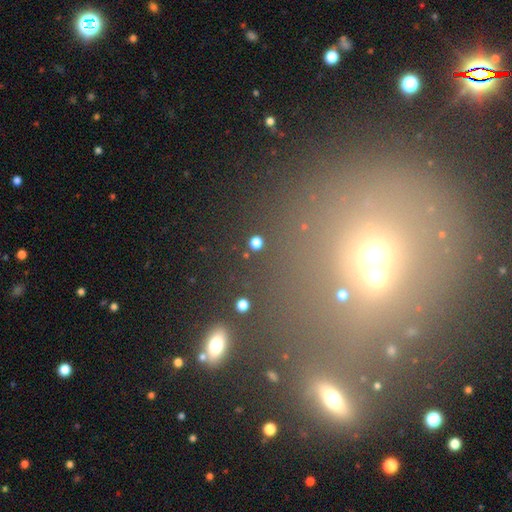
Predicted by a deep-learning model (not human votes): Morphology: type=star or artifact (48%).